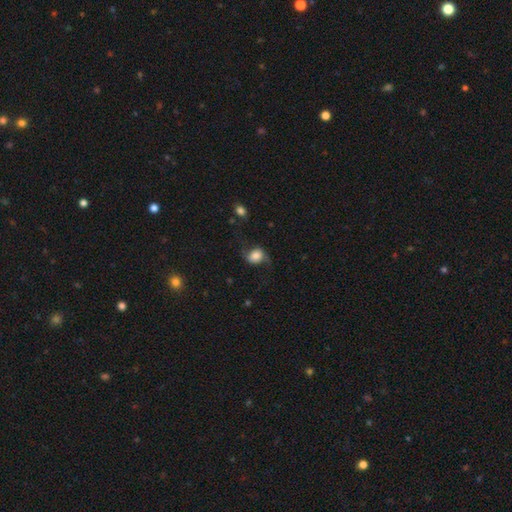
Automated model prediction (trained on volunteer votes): This is possibly a smooth galaxy (59%). How rounded: possibly round (56%). Merging: possibly none (59%).